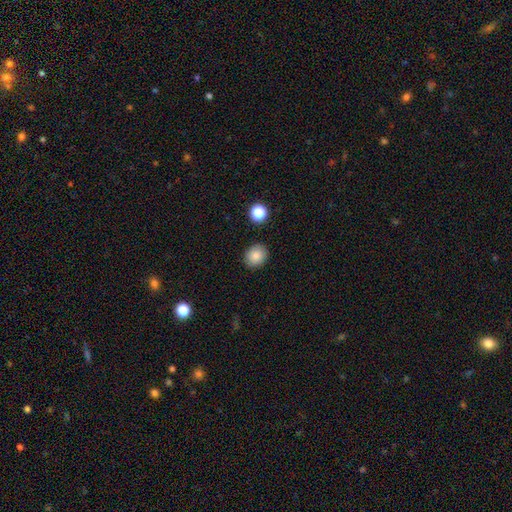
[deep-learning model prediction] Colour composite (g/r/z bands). It shows a smooth galaxy with no disk features (84%) that is round (65%). Merging: none (88%).